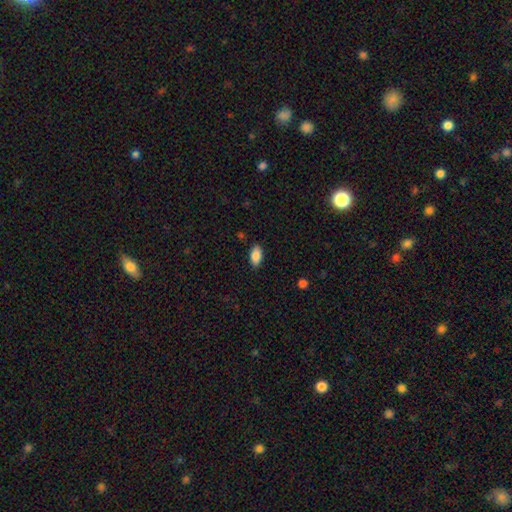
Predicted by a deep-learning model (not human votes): Overall: smooth (87%). How rounded: in between (93%). Merging: none (87%).